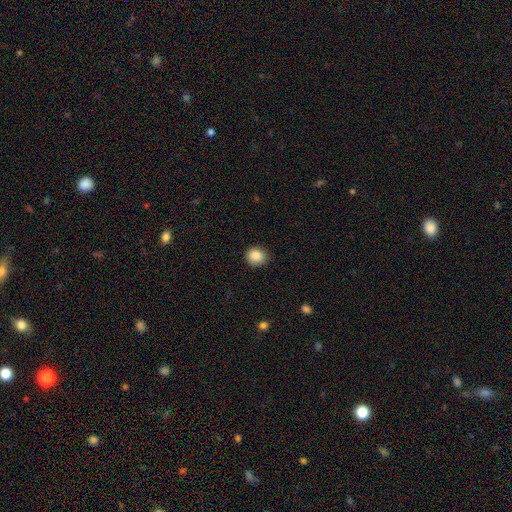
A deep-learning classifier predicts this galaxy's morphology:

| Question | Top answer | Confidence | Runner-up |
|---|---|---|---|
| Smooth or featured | smooth | 87% | star or artifact (9%) |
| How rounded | round | 85% | in between (14%) |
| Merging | none | 89% | minor disturbance (8%) |